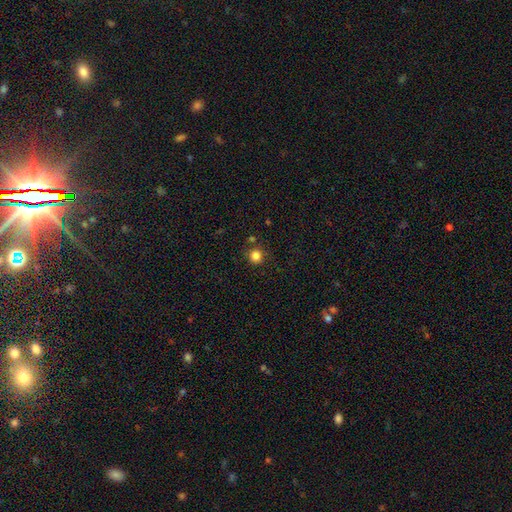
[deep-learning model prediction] Smooth or featured: smooth — 83% (star or artifact — 12%)
How rounded: round — 91% (in between — 8%)
Merging: none — 82% (minor disturbance — 9%)